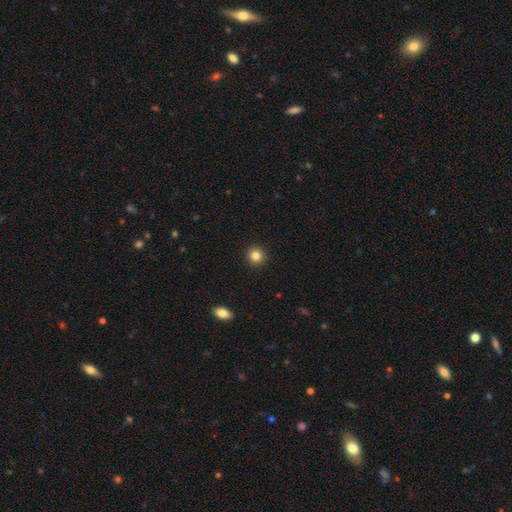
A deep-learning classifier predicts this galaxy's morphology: Smooth or featured? smooth (83%)
How rounded? round (93%)
Merging? none (93%)